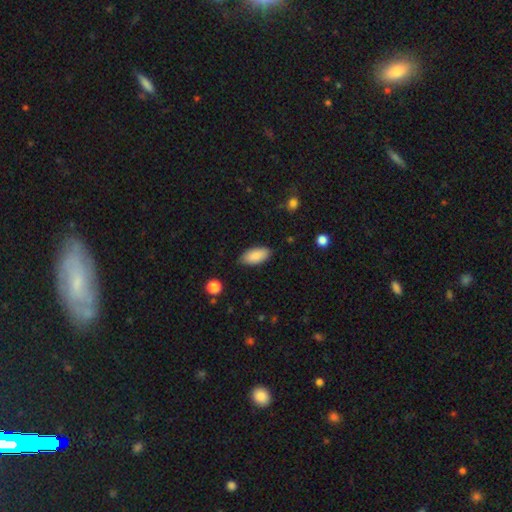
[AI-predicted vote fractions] This is clearly a smooth galaxy (88%). How rounded: clearly in between (92%). Merging: clearly none (83%).